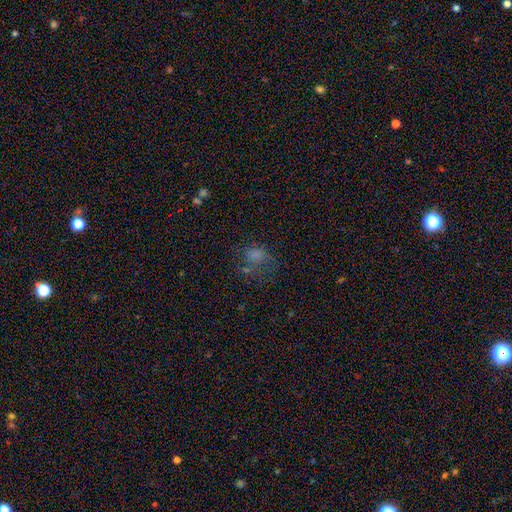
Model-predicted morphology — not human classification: smooth-or-featured: smooth: 66% | star or artifact: 22% | featured or disk: 13%
  how-rounded: round: 60% | in between: 39% | cigar-shaped: 1%
  merging: none: 47% | minor disturbance: 21% | major disturbance: 21% | merger: 11%